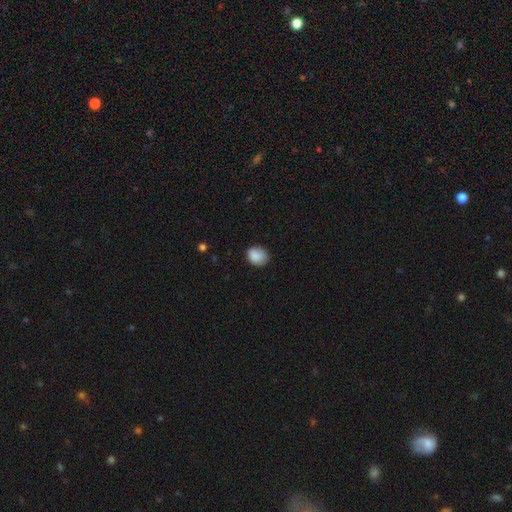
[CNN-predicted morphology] A smooth galaxy with no disk features (87%) that is round (53%). Merging: none (74%).